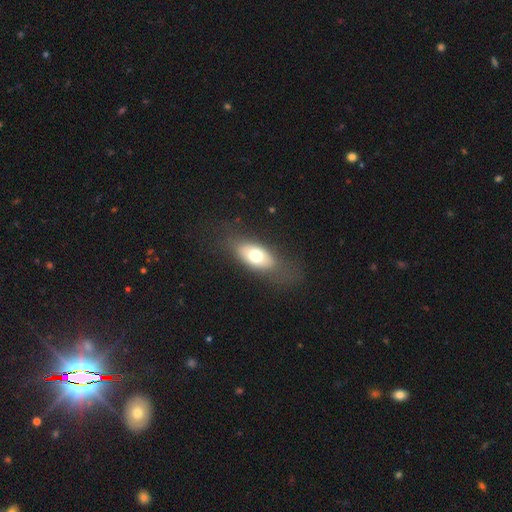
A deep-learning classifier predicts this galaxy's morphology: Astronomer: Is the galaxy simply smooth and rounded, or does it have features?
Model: smooth — 65%.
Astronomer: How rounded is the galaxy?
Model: in between — 85%.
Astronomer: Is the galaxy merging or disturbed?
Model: none — 72%.